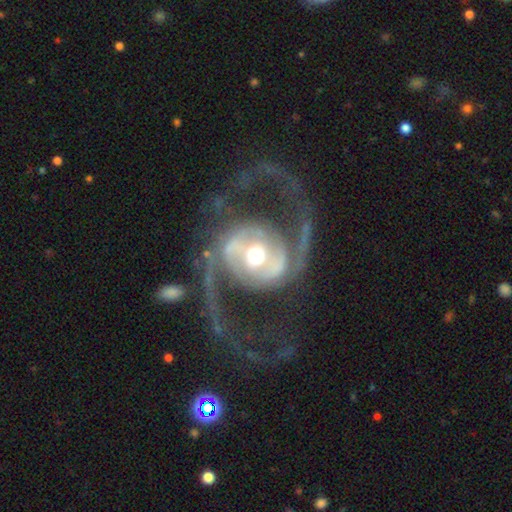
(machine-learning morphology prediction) This is clearly a featured or disk galaxy (90%). It is clearly not viewed edge-on (97%). Bar: marginally strong (35%). Spiral arm pattern: clearly yes (96%). Spiral arm count: clearly 2 (90%). Spiral winding: marginally loose (44%). Central bulge: likely moderate (71%). Merging: likely none (64%).